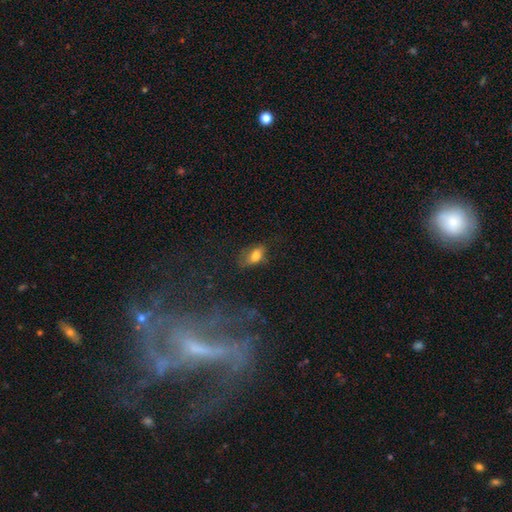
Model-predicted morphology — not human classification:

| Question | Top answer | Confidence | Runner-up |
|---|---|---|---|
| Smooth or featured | smooth | 76% | featured or disk (14%) |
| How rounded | in between | 87% | round (8%) |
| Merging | none | 62% | minor disturbance (25%) |